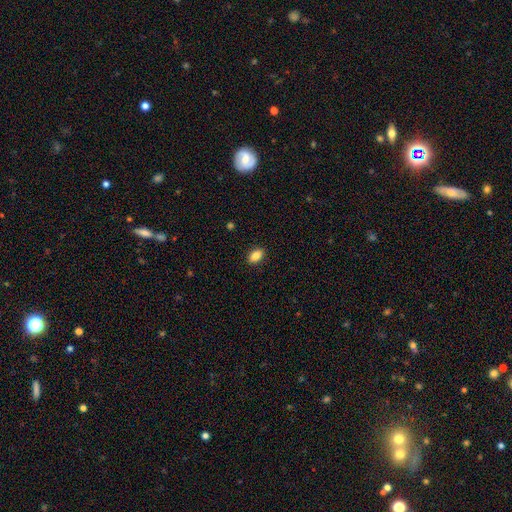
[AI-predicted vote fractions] smooth 88%, star or artifact 8%, featured or disk 4%. Down the decision tree: how rounded — in between (88%); merging — none (89%).